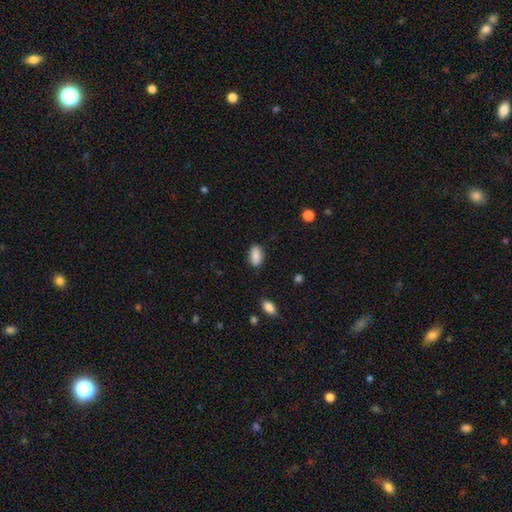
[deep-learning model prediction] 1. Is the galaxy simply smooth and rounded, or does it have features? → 86% smooth, 7% star or artifact, 6% featured or disk.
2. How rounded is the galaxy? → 92% in between, 5% round, 3% cigar-shaped.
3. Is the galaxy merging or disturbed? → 85% none, 11% minor disturbance, 3% major disturbance, 1% merger.